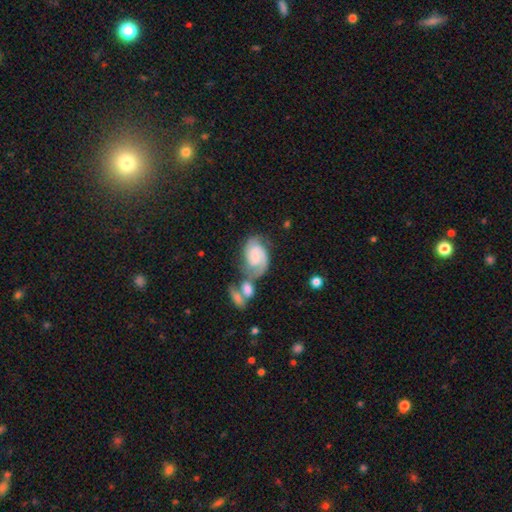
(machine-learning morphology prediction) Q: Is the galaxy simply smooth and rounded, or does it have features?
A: featured or disk — 75%.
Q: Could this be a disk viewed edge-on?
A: no — 97%.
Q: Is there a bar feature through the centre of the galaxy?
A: no — 57%.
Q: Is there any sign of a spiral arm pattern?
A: yes — 95%.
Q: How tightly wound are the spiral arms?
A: tight — 45%.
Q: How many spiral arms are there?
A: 2 — 75%.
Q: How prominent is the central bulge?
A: small — 44%.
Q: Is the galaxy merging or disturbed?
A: merger — 40%.